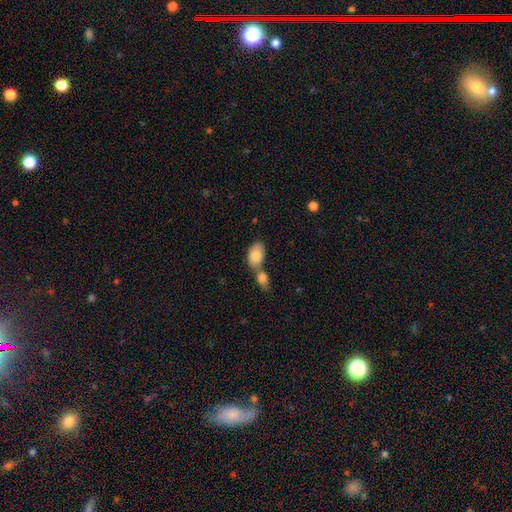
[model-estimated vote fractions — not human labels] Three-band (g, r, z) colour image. It shows a smooth galaxy with no disk features (82%) that is in between round and cigar-shaped (88%). Merging: merger (58%).